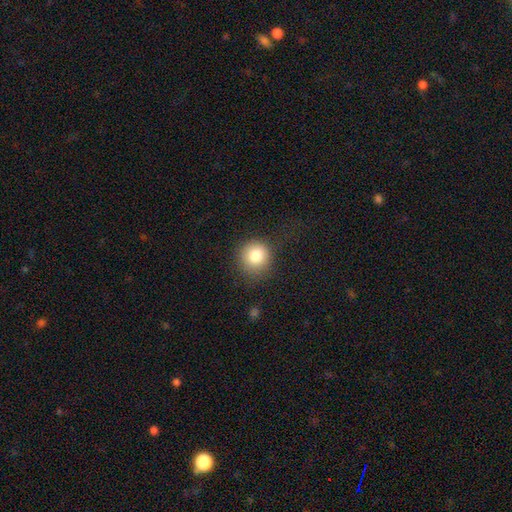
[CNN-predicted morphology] This is clearly a smooth galaxy (81%). How rounded: clearly round (91%). Merging: clearly none (81%).